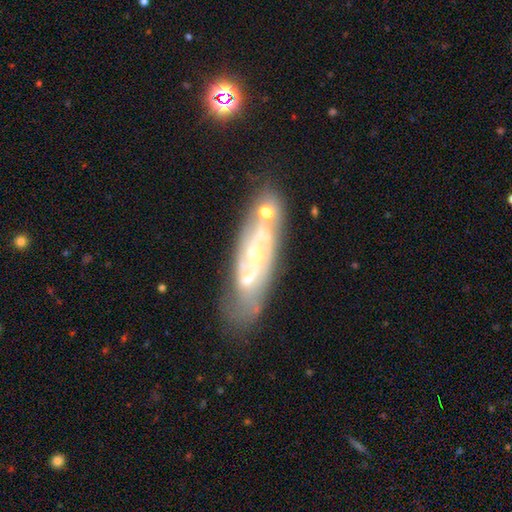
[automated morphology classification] Smooth or featured? featured or disk (81%)
Edge-on disk? no (86%)
Bar? no (53%)
Spiral arms? yes (91%)
Spiral winding? tight (47%)
Spiral arm count? 2 (55%)
Bulge size? small (70%)
Merging? none (69%)